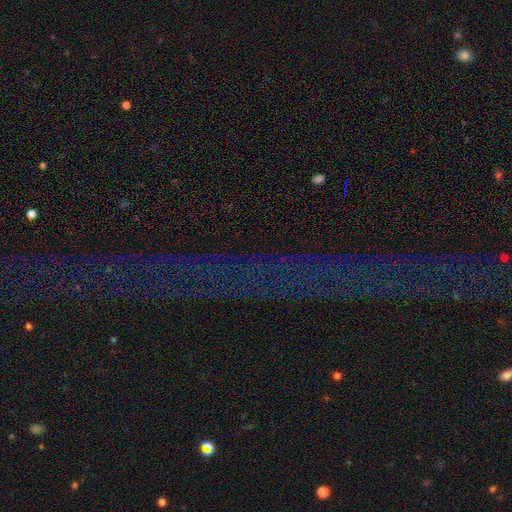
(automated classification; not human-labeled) This appears to be a star or artifact, not a galaxy (77%).